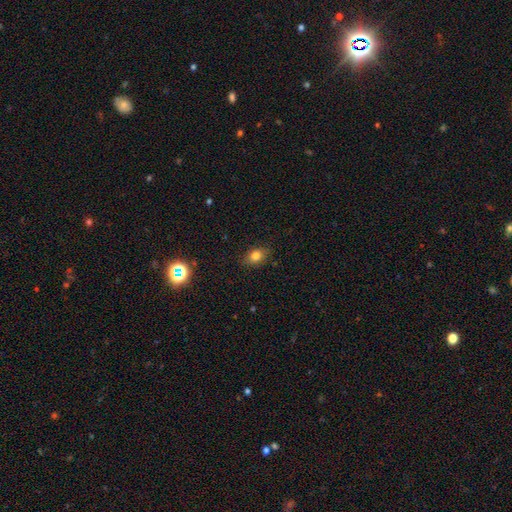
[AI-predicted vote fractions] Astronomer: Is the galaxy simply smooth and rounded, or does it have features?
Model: smooth — 78%.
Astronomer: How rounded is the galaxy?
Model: in between — 69%.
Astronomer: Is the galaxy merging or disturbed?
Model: none — 84%.